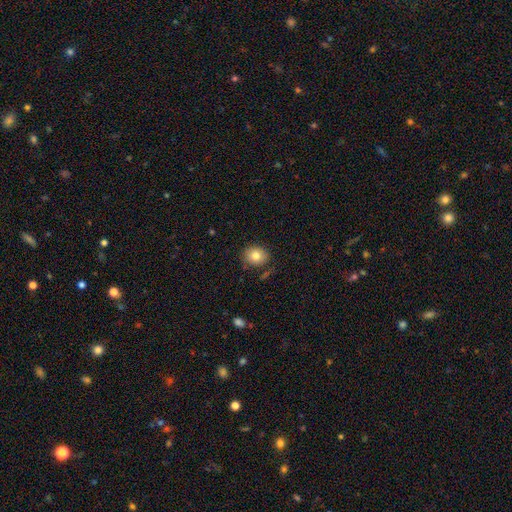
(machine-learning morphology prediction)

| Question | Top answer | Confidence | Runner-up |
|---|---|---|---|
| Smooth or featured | smooth | 80% | featured or disk (10%) |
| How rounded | round | 64% | in between (35%) |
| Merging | none | 83% | minor disturbance (12%) |